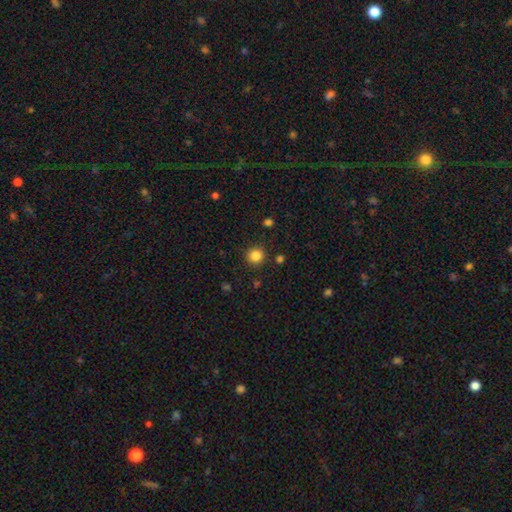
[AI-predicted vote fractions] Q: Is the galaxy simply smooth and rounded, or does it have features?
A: smooth — 85%.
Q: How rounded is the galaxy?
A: round — 94%.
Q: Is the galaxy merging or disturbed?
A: none — 90%.